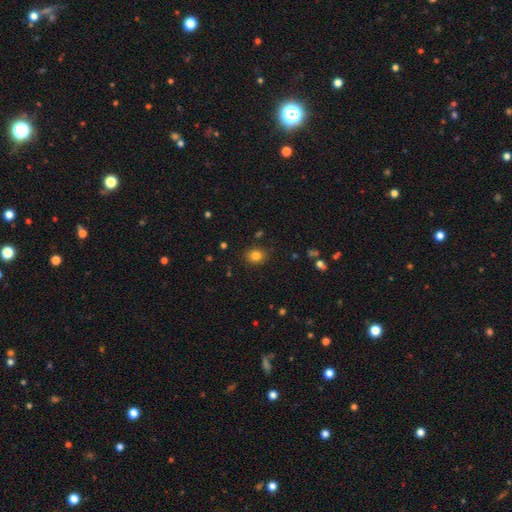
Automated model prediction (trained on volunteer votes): smooth-or-featured: smooth: 81% | star or artifact: 12% | featured or disk: 6%
  how-rounded: round: 64% | in between: 35% | cigar-shaped: 1%
  merging: none: 86% | minor disturbance: 10% | major disturbance: 3% | merger: 2%